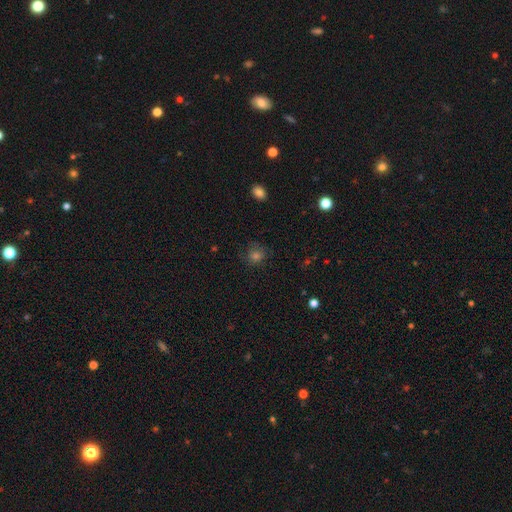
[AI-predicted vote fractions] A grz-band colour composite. It shows a smooth galaxy with no disk features (65%) that is round (88%). Merging: none (81%).